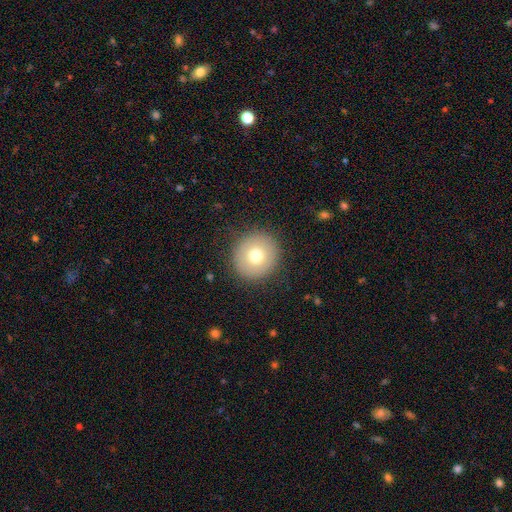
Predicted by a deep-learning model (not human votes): Morphology: type=smooth (72%); roundness=round (94%); merging=none (90%).